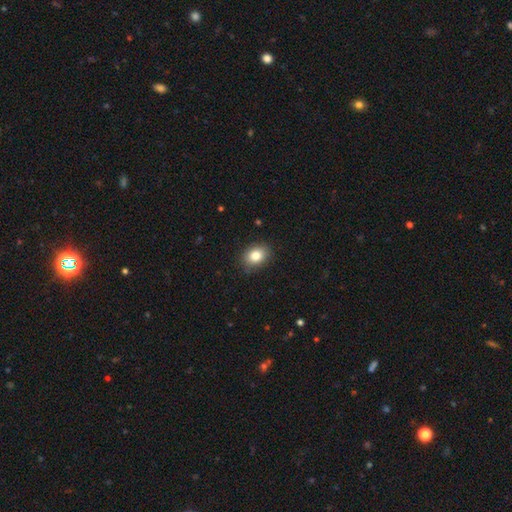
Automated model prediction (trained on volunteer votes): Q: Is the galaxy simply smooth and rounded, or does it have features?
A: smooth — 82%.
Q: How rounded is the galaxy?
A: in between — 68%.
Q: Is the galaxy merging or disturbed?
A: none — 86%.